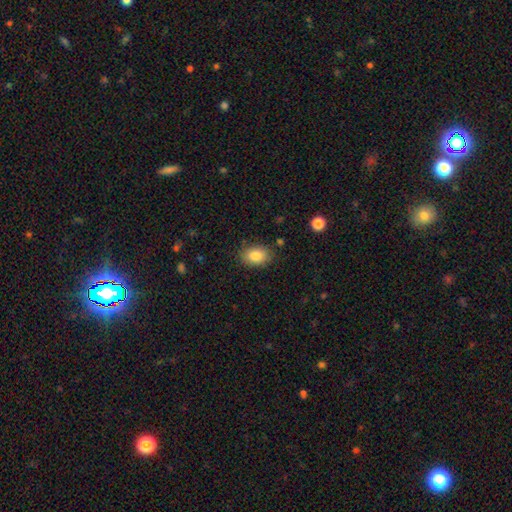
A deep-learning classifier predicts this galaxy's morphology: smooth_or_featured: smooth (p=0.86) [alt: star or artifact p=0.08]
how_rounded: in between (p=0.83) [alt: round p=0.16]
merging: none (p=0.83) [alt: minor disturbance p=0.12]